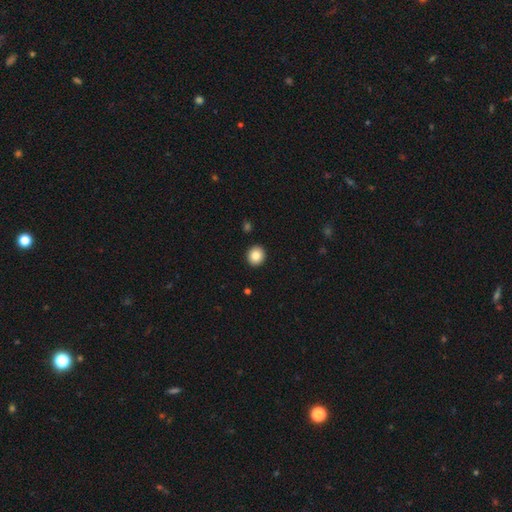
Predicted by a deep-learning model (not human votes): Smooth or featured?
  - smooth: 85% *
  - star or artifact: 9%
  - featured or disk: 6%
How rounded?
  - round: 84% *
  - in between: 15%
  - cigar-shaped: 1%
Merging?
  - none: 93% *
  - minor disturbance: 5%
  - major disturbance: 1%
  - merger: 1%